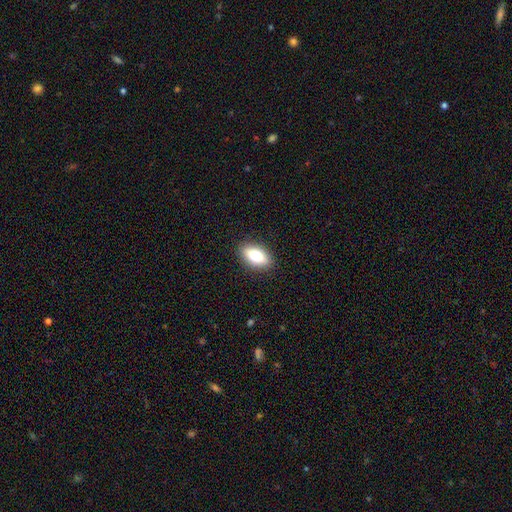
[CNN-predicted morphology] This appears to be a smooth galaxy with no disk features (76%) that is in between round and cigar-shaped (88%). Merging: none (88%).